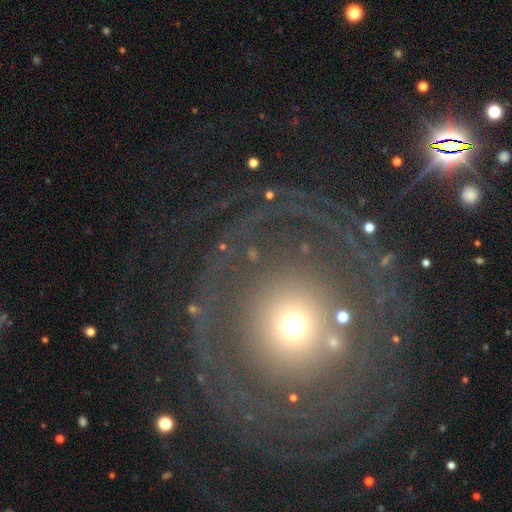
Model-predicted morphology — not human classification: Smooth or featured?
  - featured or disk: 56% *
  - smooth: 31%
  - star or artifact: 13%
Edge-on disk?
  - no: 95% *
  - yes: 5%
Bar?
  - no: 89% *
  - weak: 7%
  - strong: 4%
Spiral arms?
  - no: 61% *
  - yes: 39%
Bulge size?
  - moderate: 48% *
  - small: 35%
  - large: 12%
  - dominant: 4%
  - none: 2%
Merging?
  - none: 74% *
  - major disturbance: 13%
  - minor disturbance: 11%
  - merger: 2%